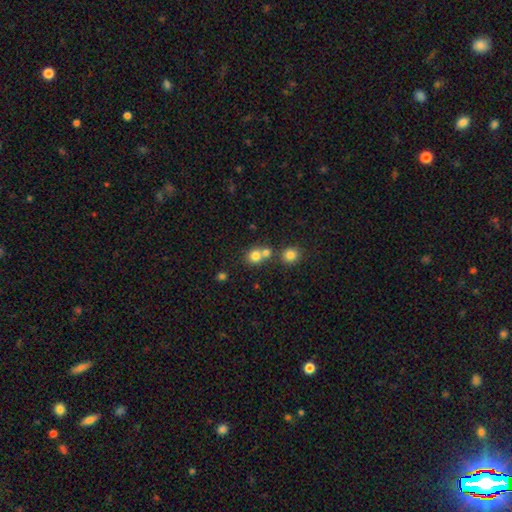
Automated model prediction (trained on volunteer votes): A smooth galaxy with no disk features (78%) that is round (82%).

Vote fractions:
- Smooth or featured? smooth: 78% / star or artifact: 13% / featured or disk: 9%
- How rounded? round: 82% / in between: 17% / cigar-shaped: 1%
- Merging? none: 47% / merger: 43% / minor disturbance: 7% / major disturbance: 3%